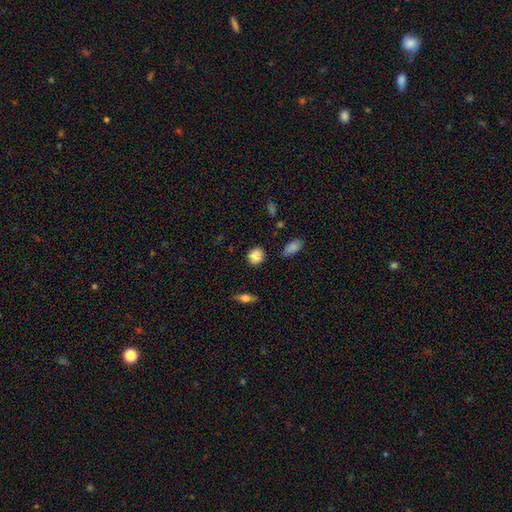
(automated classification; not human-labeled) smooth-or-featured: smooth: 84% | star or artifact: 8% | featured or disk: 7%
  how-rounded: round: 75% | in between: 23% | cigar-shaped: 2%
  merging: none: 86% | minor disturbance: 10% | major disturbance: 2% | merger: 2%